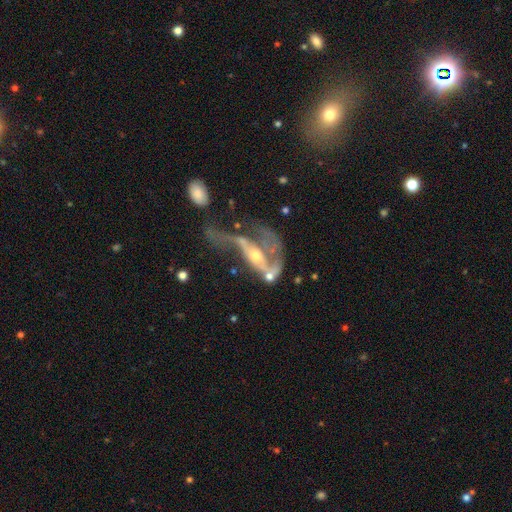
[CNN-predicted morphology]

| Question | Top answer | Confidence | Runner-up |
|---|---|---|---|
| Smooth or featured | featured or disk | 77% | smooth (14%) |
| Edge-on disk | no | 89% | yes (11%) |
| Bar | no | 54% | weak (29%) |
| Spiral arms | yes | 65% | no (35%) |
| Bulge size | moderate | 55% | small (35%) |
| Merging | major disturbance | 49% | merger (25%) |